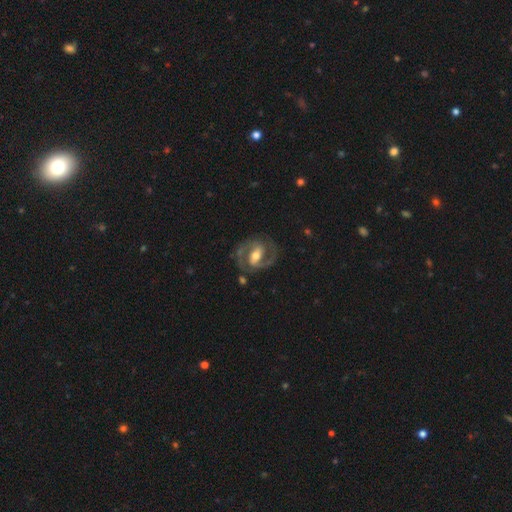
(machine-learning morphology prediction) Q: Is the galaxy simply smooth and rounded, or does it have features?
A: featured or disk — 87%.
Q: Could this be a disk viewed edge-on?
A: no — 97%.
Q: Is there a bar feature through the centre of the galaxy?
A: strong — 46%.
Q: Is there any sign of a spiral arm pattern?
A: yes — 95%.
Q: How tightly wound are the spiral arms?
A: medium — 57%.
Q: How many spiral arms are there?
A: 2 — 92%.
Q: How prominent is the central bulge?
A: moderate — 65%.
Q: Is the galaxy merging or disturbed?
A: none — 78%.